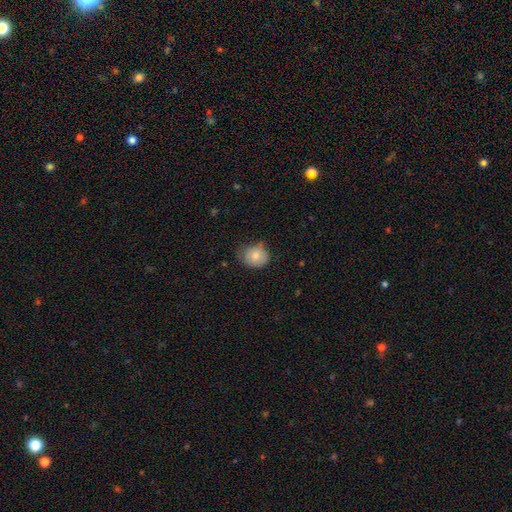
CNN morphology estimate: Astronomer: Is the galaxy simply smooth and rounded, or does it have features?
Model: smooth — 79%.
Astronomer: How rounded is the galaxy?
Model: round — 66%.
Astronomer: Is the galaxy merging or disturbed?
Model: none — 60%.